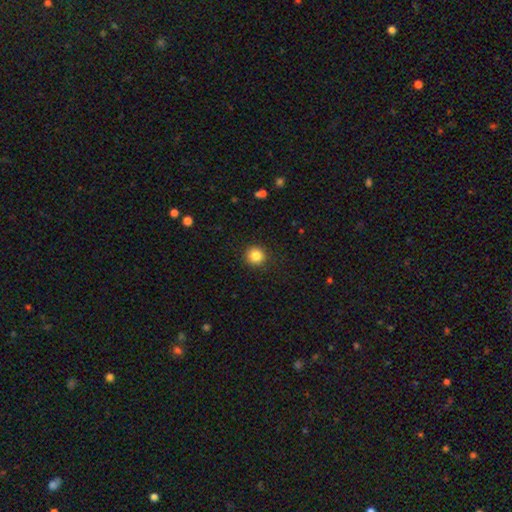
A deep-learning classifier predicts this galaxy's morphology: Smooth or featured? smooth (85%)
How rounded? round (94%)
Merging? none (91%)